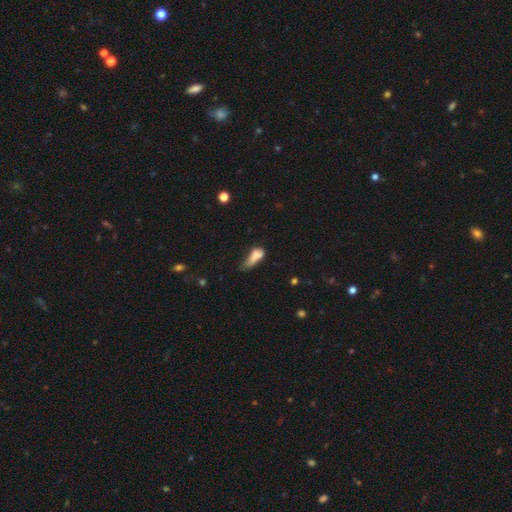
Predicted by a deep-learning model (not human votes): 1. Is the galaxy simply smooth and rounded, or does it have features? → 72% smooth, 17% featured or disk, 11% star or artifact.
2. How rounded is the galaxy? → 64% in between, 30% cigar-shaped, 5% round.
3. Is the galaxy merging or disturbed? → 36% major disturbance, 32% minor disturbance, 20% none, 11% merger.